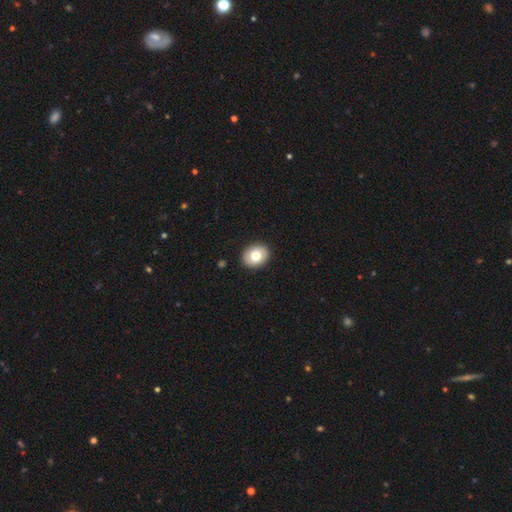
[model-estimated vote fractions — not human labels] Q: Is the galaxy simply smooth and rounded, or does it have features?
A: smooth — 75%.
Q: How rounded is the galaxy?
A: in between — 51%.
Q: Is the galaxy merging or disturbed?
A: none — 91%.